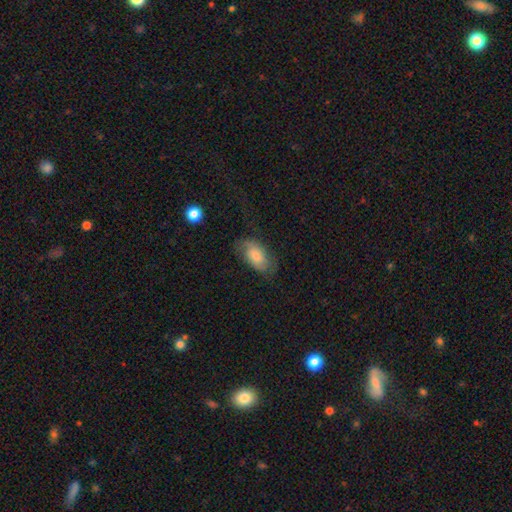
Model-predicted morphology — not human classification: smooth 62%, featured or disk 30%, star or artifact 8%. Down the decision tree: how rounded — in between (91%); merging — none (62%).